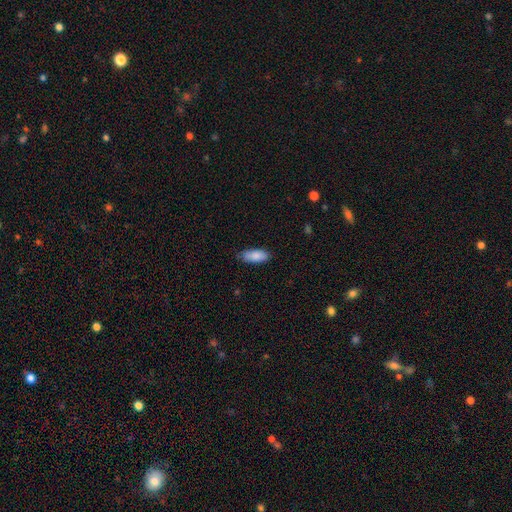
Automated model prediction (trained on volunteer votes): Morphology: type=smooth (87%); roundness=in between (81%); merging=none (78%).